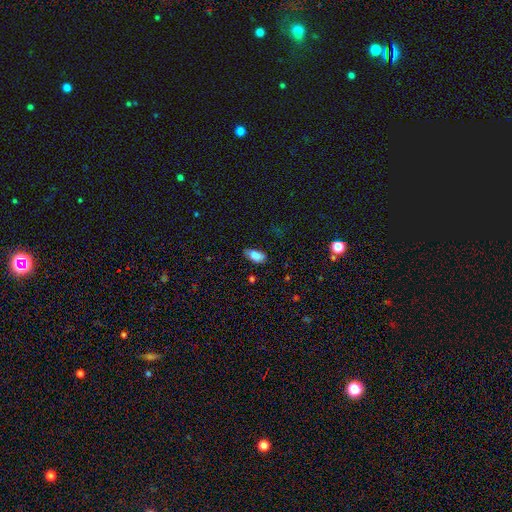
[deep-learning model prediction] A smooth galaxy with no disk features (82%) that is in between round and cigar-shaped (91%). Merging: none (60%).